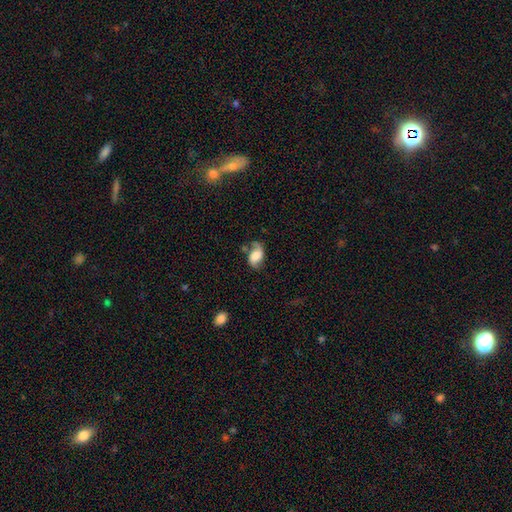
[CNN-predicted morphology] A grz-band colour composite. It shows a smooth galaxy with no disk features (52%) that is in between round and cigar-shaped (84%). Merging: none (46%).